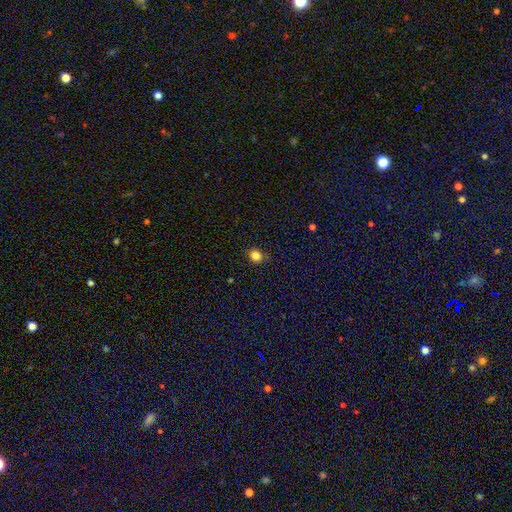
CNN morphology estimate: type=smooth (83%); roundness=round (72%); merging=none (83%).